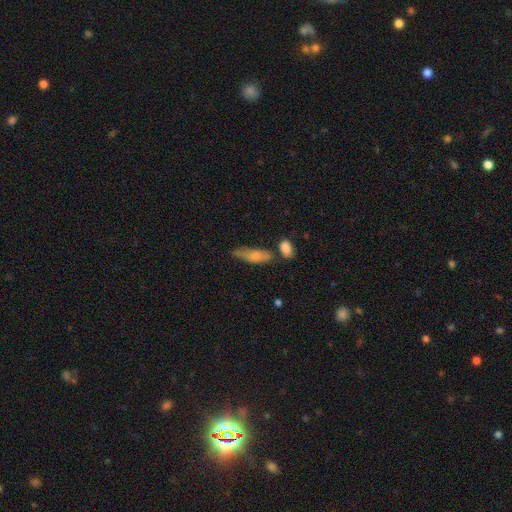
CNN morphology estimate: Overall: smooth (71%). How rounded: in between (58%; cigar-shaped 38%). Merging: none (39%; minor disturbance 31%).